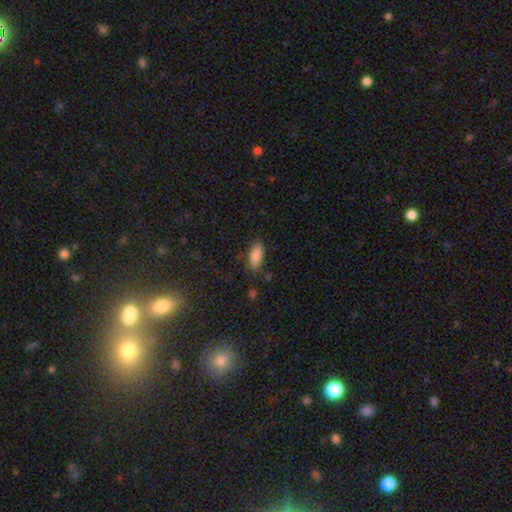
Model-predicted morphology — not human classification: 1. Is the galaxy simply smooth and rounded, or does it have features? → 86% smooth, 8% star or artifact, 7% featured or disk.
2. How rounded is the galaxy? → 84% in between, 14% cigar-shaped, 2% round.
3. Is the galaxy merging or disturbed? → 81% none, 14% minor disturbance, 3% major disturbance, 2% merger.